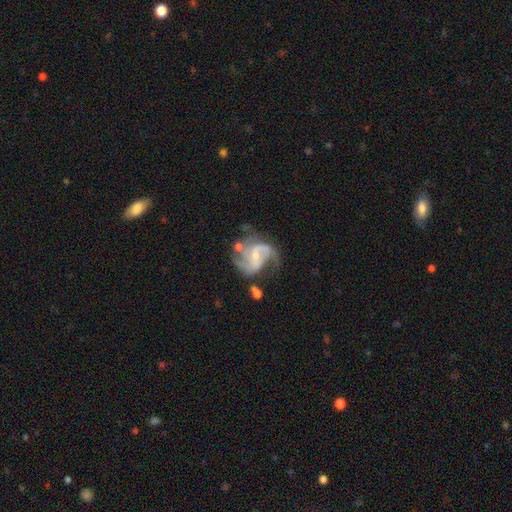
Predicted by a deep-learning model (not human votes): smooth_or_featured: featured or disk (p=0.86) [alt: smooth p=0.08]
disk_edge_on: no (p=0.98) [alt: yes p=0.02]
bar: weak (p=0.50) [alt: no p=0.33]
has_spiral_arms: yes (p=0.95) [alt: no p=0.05]
spiral_winding: medium (p=0.49) [alt: loose p=0.35]
spiral_arm_count: 2 (p=0.55) [alt: 3 p=0.22]
bulge_size: small (p=0.61) [alt: moderate p=0.29]
merging: none (p=0.46) [alt: major disturbance p=0.24]